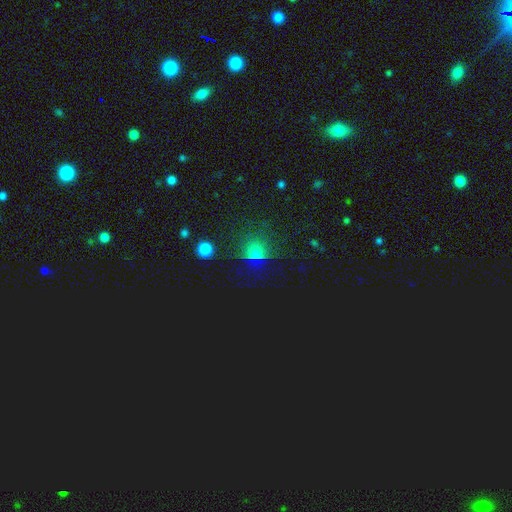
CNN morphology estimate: Smooth or featured? Predicted: smooth (p=0.49). Merging? Predicted: none (p=0.75).